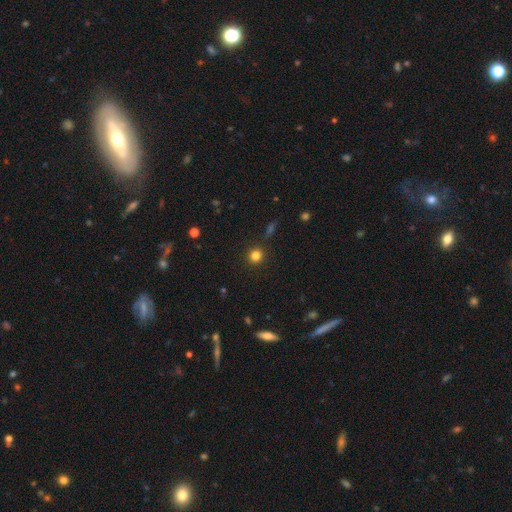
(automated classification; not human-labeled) Smooth or featured: smooth — 81% (star or artifact — 14%)
How rounded: round — 92% (in between — 7%)
Merging: none — 90% (minor disturbance — 6%)